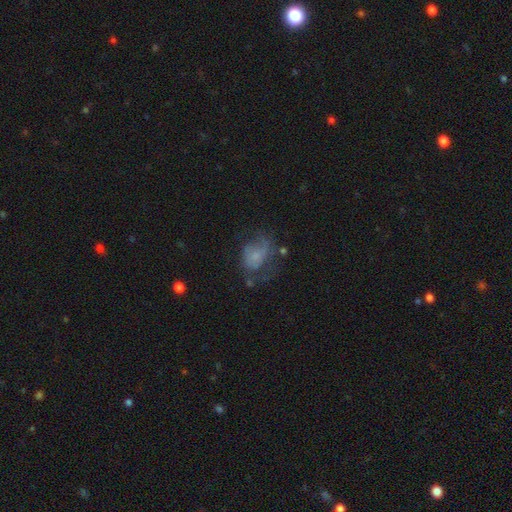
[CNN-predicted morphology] This is possibly a smooth galaxy (48%). Merging: marginally major disturbance (36%).